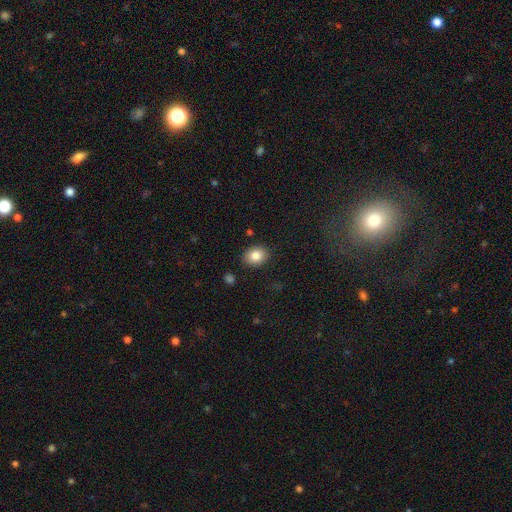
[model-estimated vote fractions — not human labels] smooth-or-featured: smooth: 84% | star or artifact: 8% | featured or disk: 8%
  how-rounded: in between: 56% | round: 43% | cigar-shaped: 1%
  merging: none: 87% | minor disturbance: 9% | major disturbance: 2% | merger: 2%